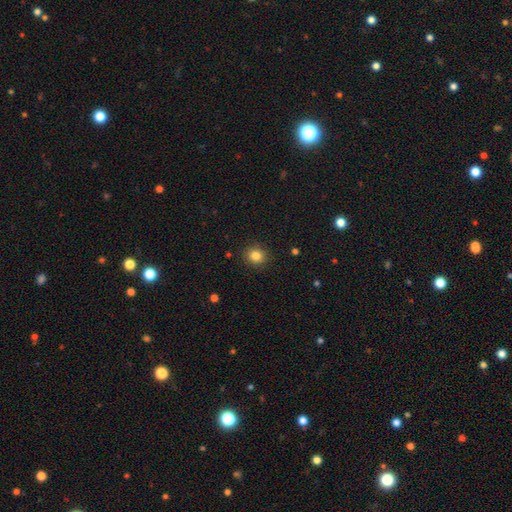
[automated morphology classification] This is clearly a smooth galaxy (84%). How rounded: likely round (78%). Merging: clearly none (90%).